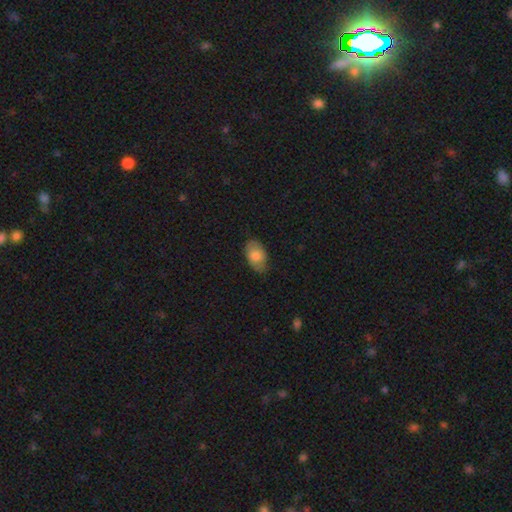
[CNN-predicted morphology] This appears to be a smooth galaxy with no disk features (78%) that is in between round and cigar-shaped (91%). Merging: none (72%).